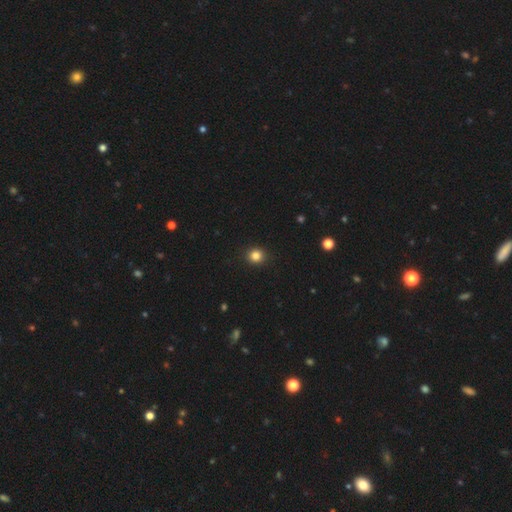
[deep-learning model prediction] A smooth galaxy with no disk features (84%) that is round (84%).

Vote fractions:
- Smooth or featured? smooth: 84% / star or artifact: 12% / featured or disk: 4%
- How rounded? round: 84% / in between: 15% / cigar-shaped: 1%
- Merging? none: 91% / minor disturbance: 6% / major disturbance: 2% / merger: 1%